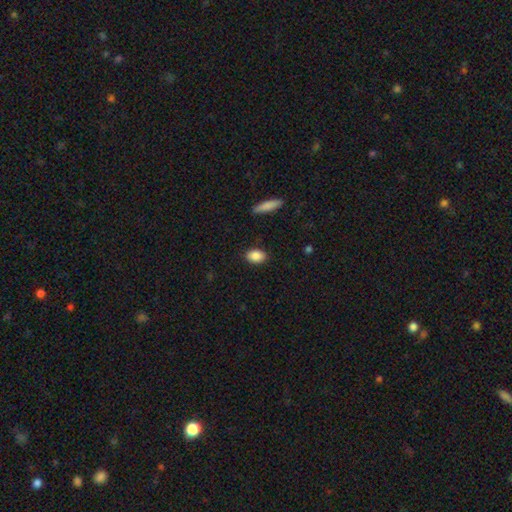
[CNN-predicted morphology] type=smooth (88%); roundness=in between (84%); merging=none (87%).